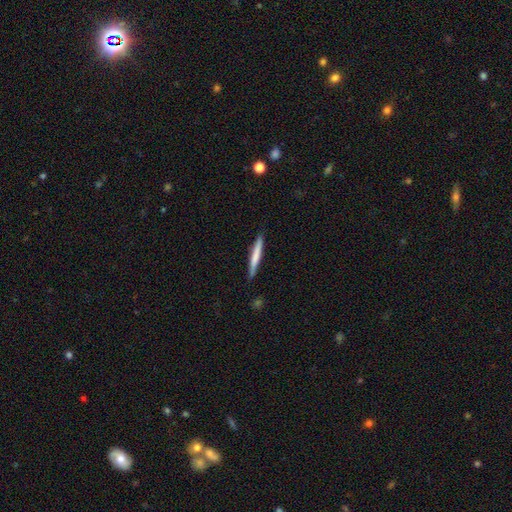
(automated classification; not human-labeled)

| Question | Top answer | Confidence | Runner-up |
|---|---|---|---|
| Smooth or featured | smooth | 66% | featured or disk (29%) |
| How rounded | cigar-shaped | 96% | in between (3%) |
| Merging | none | 86% | minor disturbance (11%) |